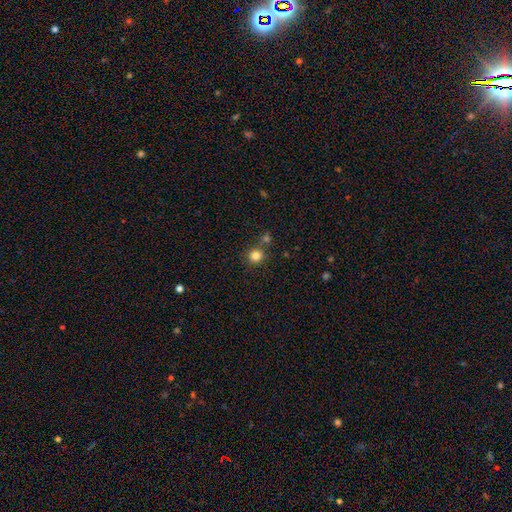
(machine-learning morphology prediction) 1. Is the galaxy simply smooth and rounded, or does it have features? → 83% smooth, 12% star or artifact, 5% featured or disk.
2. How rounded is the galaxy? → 89% round, 10% in between, 1% cigar-shaped.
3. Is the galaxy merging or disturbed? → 75% none, 14% merger, 8% minor disturbance, 3% major disturbance.